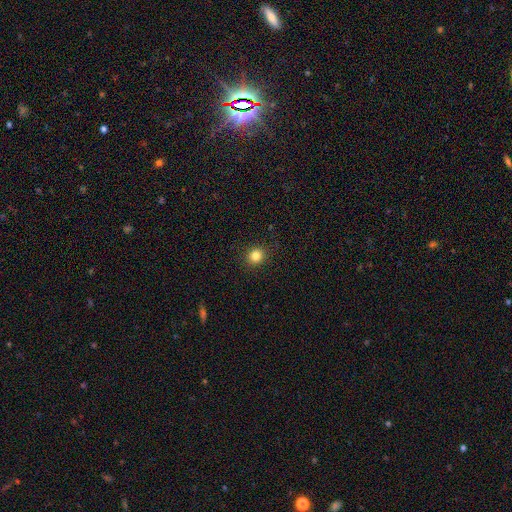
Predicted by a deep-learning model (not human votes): The model was most divided on "smooth or featured": smooth: 83%, star or artifact: 12%, featured or disk: 5%. More confident: merging — none (91%); how rounded — round (87%).